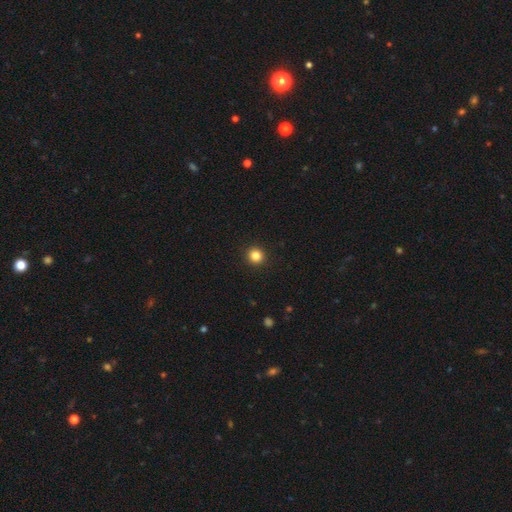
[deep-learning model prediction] smooth 84%, star or artifact 12%, featured or disk 4%. Down the decision tree: how rounded — round (93%); merging — none (93%).